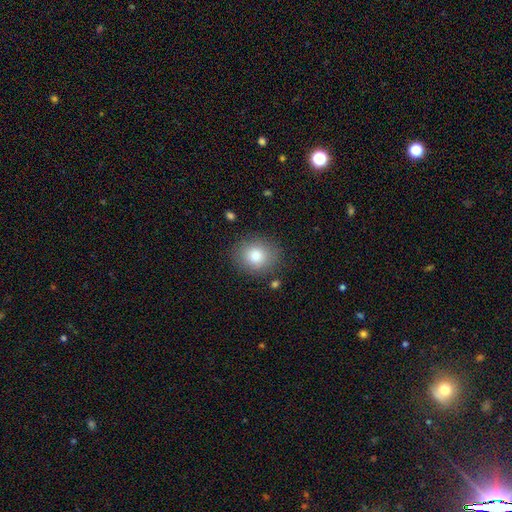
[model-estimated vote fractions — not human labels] Smooth or featured?
  - smooth: 83% *
  - featured or disk: 9%
  - star or artifact: 8%
How rounded?
  - round: 67% *
  - in between: 32%
  - cigar-shaped: 1%
Merging?
  - none: 82% *
  - minor disturbance: 12%
  - major disturbance: 4%
  - merger: 2%